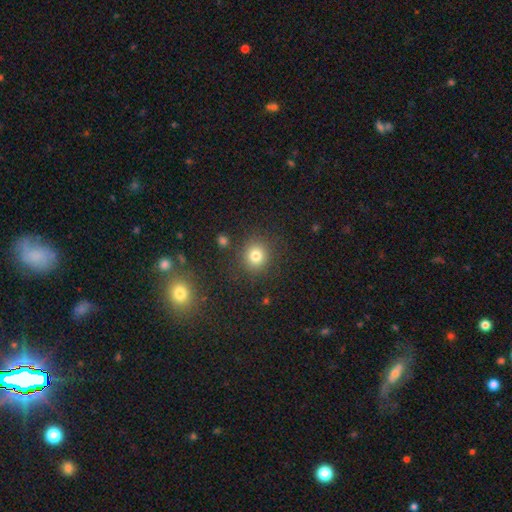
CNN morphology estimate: smooth_or_featured: smooth (p=0.79) [alt: star or artifact p=0.14]
how_rounded: round (p=0.87) [alt: in between p=0.12]
merging: none (p=0.85) [alt: minor disturbance p=0.08]